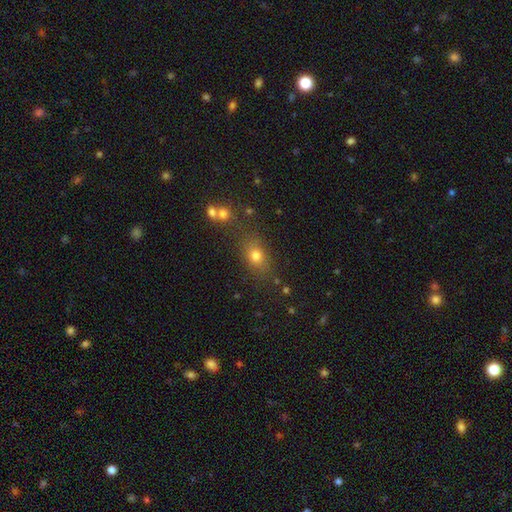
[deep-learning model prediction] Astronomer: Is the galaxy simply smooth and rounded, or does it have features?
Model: smooth — 71%.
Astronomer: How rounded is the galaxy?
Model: in between — 59% (runner-up: round, 37%).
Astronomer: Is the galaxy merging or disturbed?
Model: none — 75%.